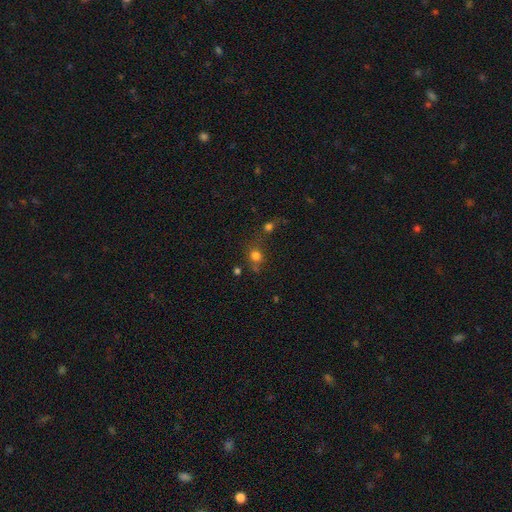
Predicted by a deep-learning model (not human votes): Smooth or featured?
  - smooth: 74% *
  - star or artifact: 18%
  - featured or disk: 8%
How rounded?
  - round: 81% *
  - in between: 18%
  - cigar-shaped: 1%
Merging?
  - none: 55% *
  - merger: 23%
  - minor disturbance: 13%
  - major disturbance: 9%